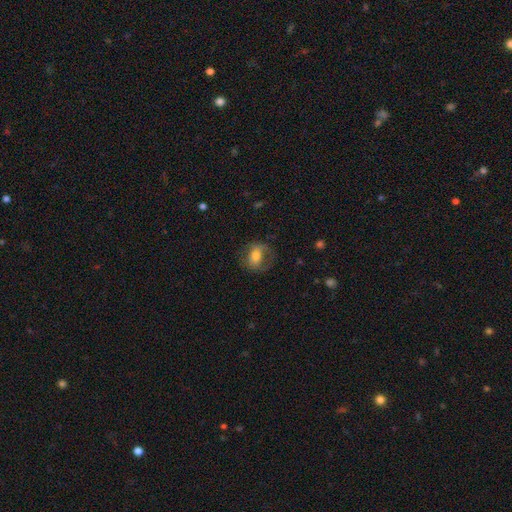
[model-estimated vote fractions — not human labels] This appears to be a smooth galaxy with no disk features (59%) that is in between round and cigar-shaped (55%). Merging: none (55%).